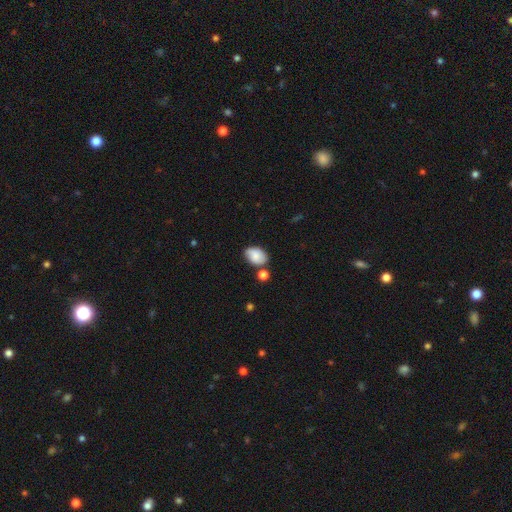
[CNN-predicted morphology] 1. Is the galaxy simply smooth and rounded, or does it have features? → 75% smooth, 16% featured or disk, 9% star or artifact.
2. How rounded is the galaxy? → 83% in between, 16% round, 1% cigar-shaped.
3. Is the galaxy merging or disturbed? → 61% none, 21% minor disturbance, 13% merger, 5% major disturbance.